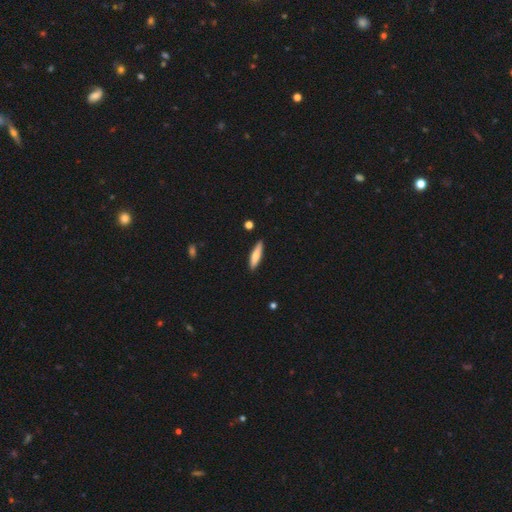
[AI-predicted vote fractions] Morphology: type=smooth (74%); roundness=cigar-shaped (77%); merging=none (86%).